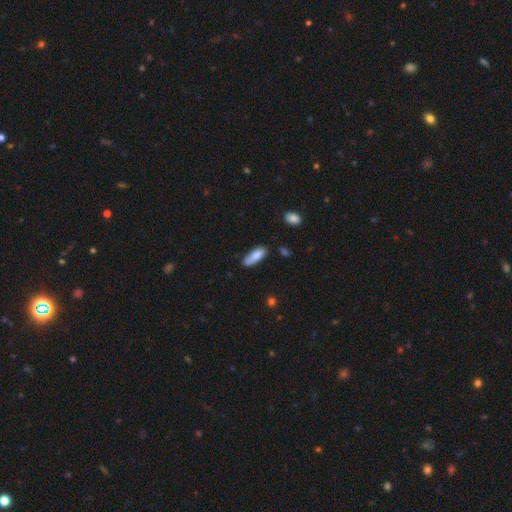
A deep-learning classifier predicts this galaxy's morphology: smooth-or-featured: smooth: 84% | featured or disk: 10% | star or artifact: 6%
  how-rounded: in between: 52% | cigar-shaped: 46% | round: 2%
  merging: none: 70% | minor disturbance: 23% | major disturbance: 4% | merger: 3%